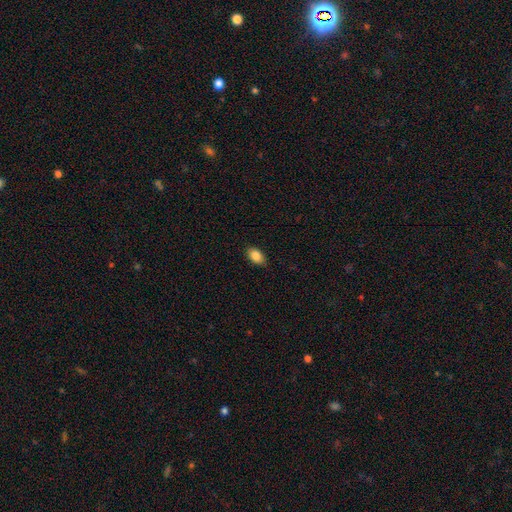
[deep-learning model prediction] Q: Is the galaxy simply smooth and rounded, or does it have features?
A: smooth — 87%.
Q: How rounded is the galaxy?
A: in between — 88%.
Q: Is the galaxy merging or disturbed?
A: none — 86%.